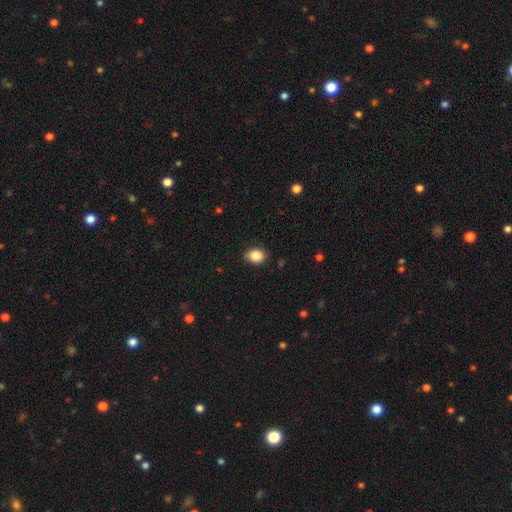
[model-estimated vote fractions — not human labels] Smooth or featured? Predicted: smooth (p=0.88). How rounded? Predicted: in between (p=0.52). Merging? Predicted: none (p=0.82).